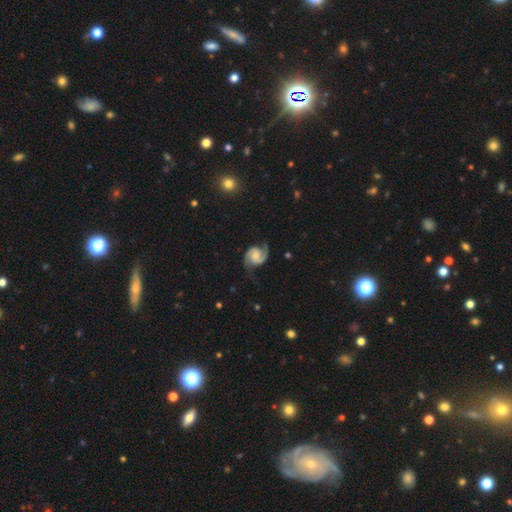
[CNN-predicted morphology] type=featured or disk (90%); edge-on=no (98%); bar=no (58%); spiral arms=yes (98%); winding=medium (54%); arm count=2 (94%); bulge=small (33%); merging=none (76%).